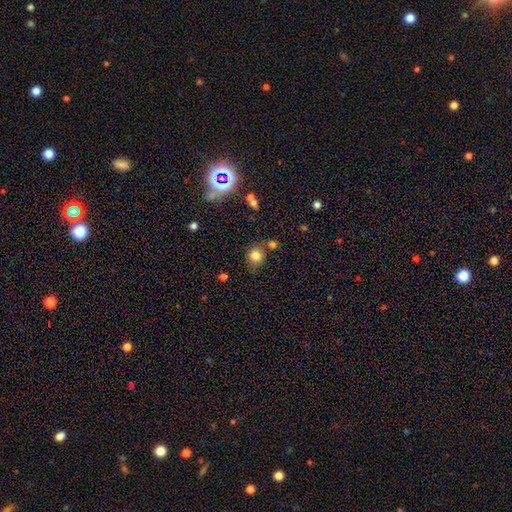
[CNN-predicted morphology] The model was most divided on "merging": none: 69%, minor disturbance: 15%, merger: 12%, major disturbance: 5%. More confident: how rounded — round (84%); smooth or featured — smooth (81%).